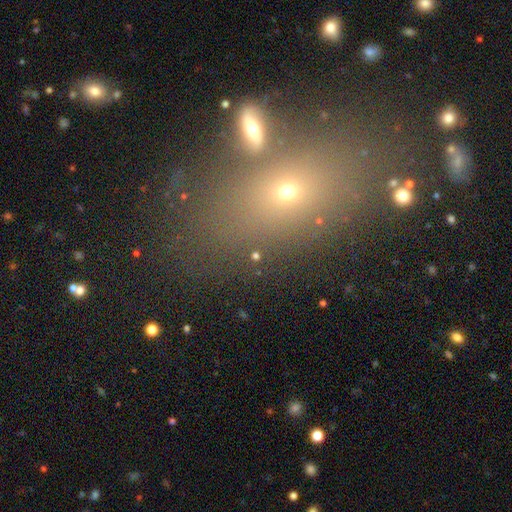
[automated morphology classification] Smooth or featured? Predicted: smooth (p=0.47). Merging? Predicted: none (p=0.82).